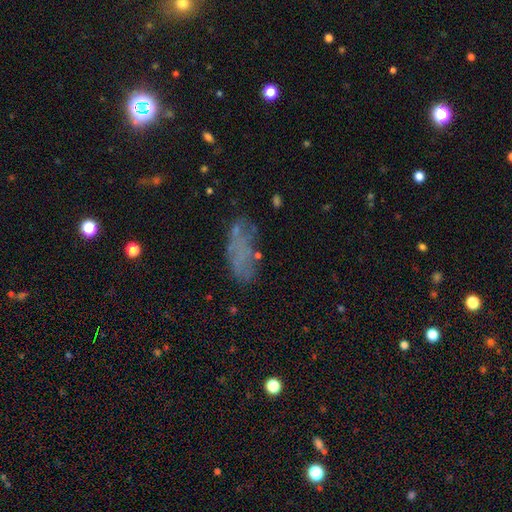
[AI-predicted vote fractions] Morphology: type=smooth (52%); roundness=in between (81%); merging=none (54%).